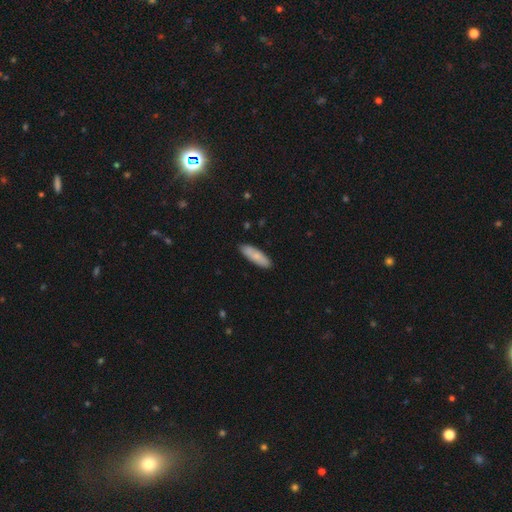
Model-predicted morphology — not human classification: Q: Smooth or featured?
A: smooth (78%); runner-up: featured or disk (17%)
Q: How rounded?
A: cigar-shaped (52%); runner-up: in between (46%)
Q: Merging?
A: none (87%); runner-up: minor disturbance (10%)